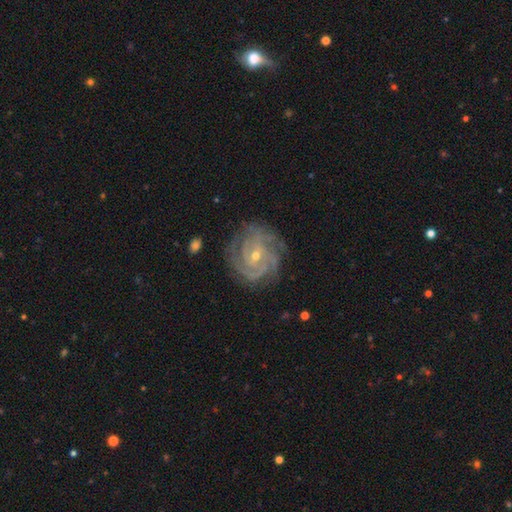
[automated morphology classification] Smooth or featured: featured or disk — 91% (star or artifact — 5%)
Edge-on disk: no — 98% (yes — 2%)
Bar: no — 56% (weak — 33%)
Spiral arms: yes — 98% (no — 2%)
Spiral winding: tight — 74% (medium — 23%)
Spiral arm count: 3 — 30% (4 — 25%)
Bulge size: small — 64% (moderate — 33%)
Merging: none — 80% (minor disturbance — 14%)